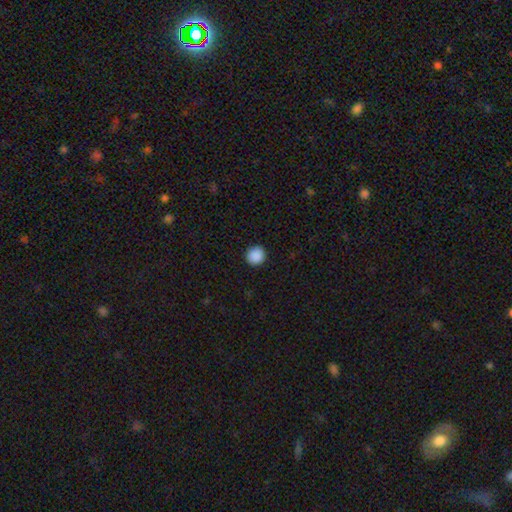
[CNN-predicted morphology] smooth-or-featured: smooth: 89% | star or artifact: 9% | featured or disk: 2%
  how-rounded: round: 92% | in between: 7% | cigar-shaped: 1%
  merging: none: 92% | minor disturbance: 5% | major disturbance: 2% | merger: 1%